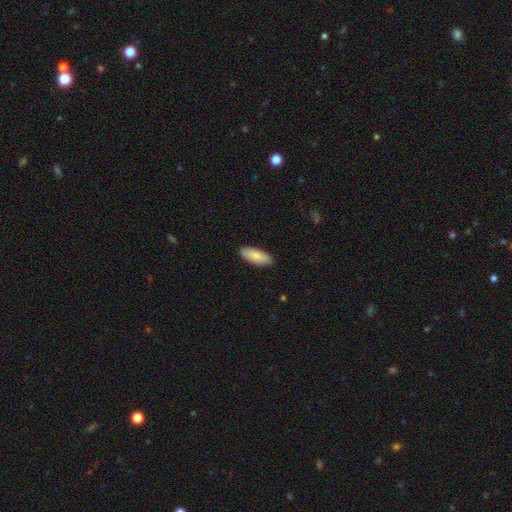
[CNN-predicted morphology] Smooth or featured? Predicted: smooth (p=0.87). How rounded? Predicted: in between (p=0.79). Merging? Predicted: none (p=0.89).